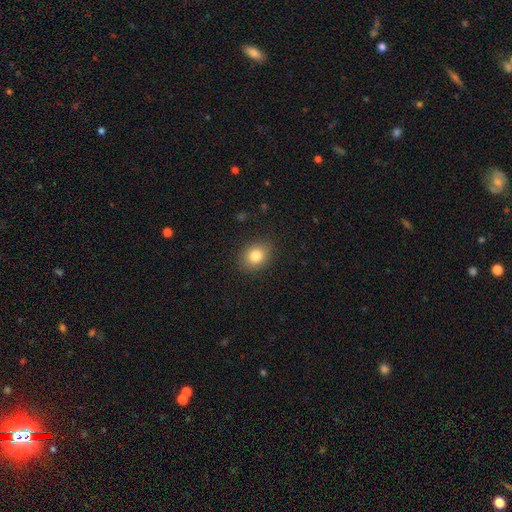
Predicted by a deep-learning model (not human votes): This is clearly a smooth galaxy (81%). How rounded: possibly round (55%). Merging: clearly none (88%).